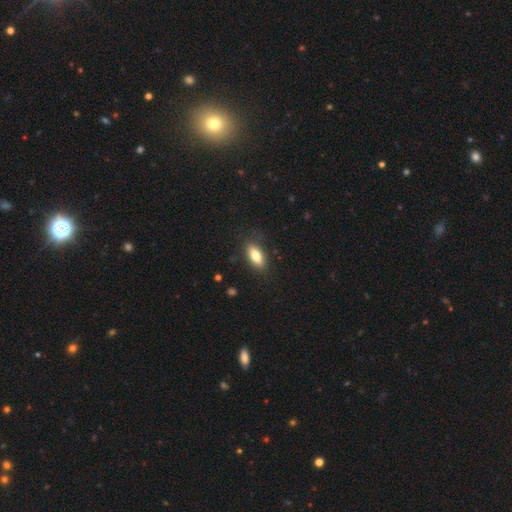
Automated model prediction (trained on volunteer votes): Q: Smooth or featured?
A: smooth (79%); runner-up: featured or disk (13%)
Q: How rounded?
A: in between (83%); runner-up: cigar-shaped (13%)
Q: Merging?
A: none (82%); runner-up: minor disturbance (13%)